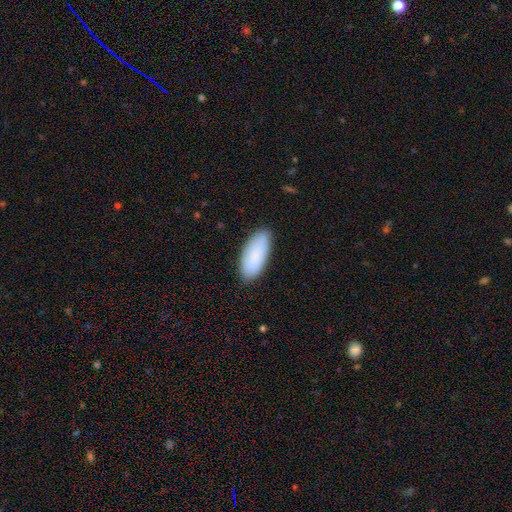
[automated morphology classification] Smooth or featured? smooth (84%)
How rounded? in between (86%)
Merging? none (85%)